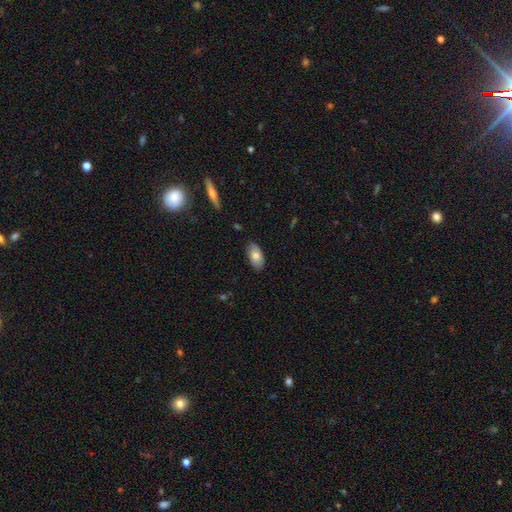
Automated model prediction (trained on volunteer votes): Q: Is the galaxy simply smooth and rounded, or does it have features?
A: smooth — 79%.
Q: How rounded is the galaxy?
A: in between — 94%.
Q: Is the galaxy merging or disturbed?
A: none — 79%.